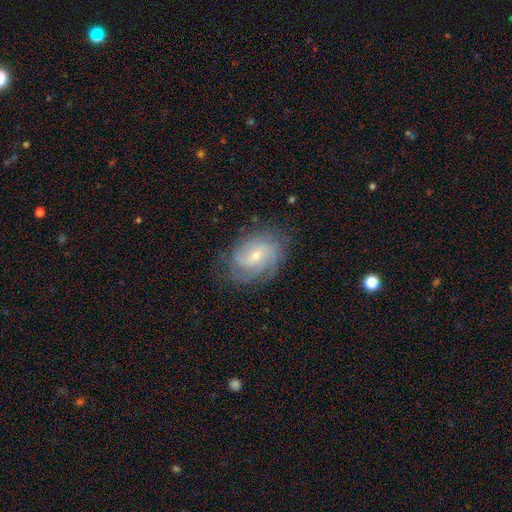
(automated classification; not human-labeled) The model was most divided on "spiral arm count": can't tell: 32%, 3: 23%, 2: 20%, 4: 14%, 1: 6%, more than 4: 6%. More confident: edge-on disk — no (97%); spiral arms — yes (95%); smooth or featured — featured or disk (80%); merging — none (74%); bulge size — small (71%); bar — no (54%); spiral winding — tight (51%).